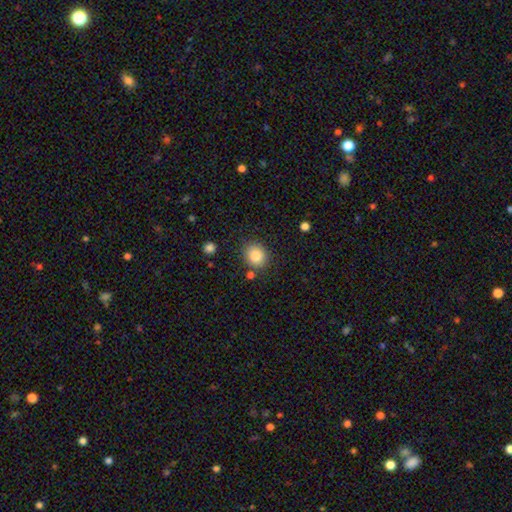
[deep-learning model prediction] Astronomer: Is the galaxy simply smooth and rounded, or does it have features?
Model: smooth — 85%.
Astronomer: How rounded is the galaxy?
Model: round — 74%.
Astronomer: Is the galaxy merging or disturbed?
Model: none — 82%.